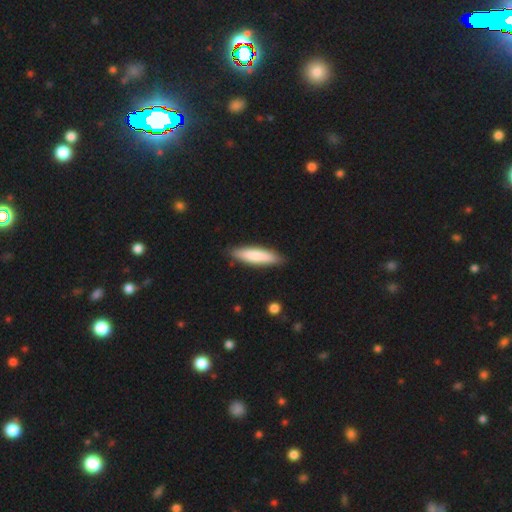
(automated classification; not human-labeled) This appears to be a smooth galaxy with no disk features (80%) that is cigar-shaped (74%). Merging: none (87%).